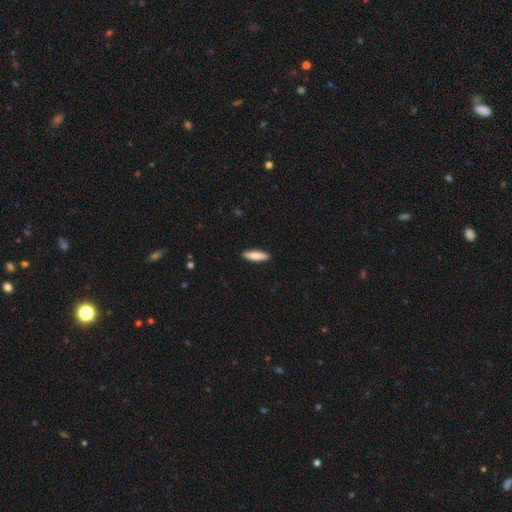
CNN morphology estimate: Overall: smooth (77%). How rounded: cigar-shaped (74%). Merging: none (91%).